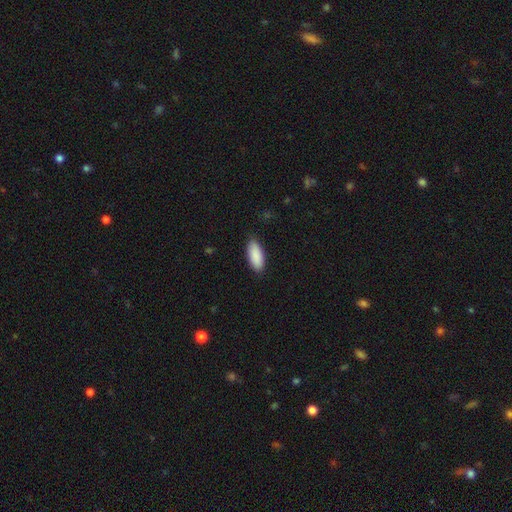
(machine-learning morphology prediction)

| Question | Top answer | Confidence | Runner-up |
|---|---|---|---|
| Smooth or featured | smooth | 91% | star or artifact (5%) |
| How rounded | in between | 84% | cigar-shaped (14%) |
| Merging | none | 86% | minor disturbance (11%) |